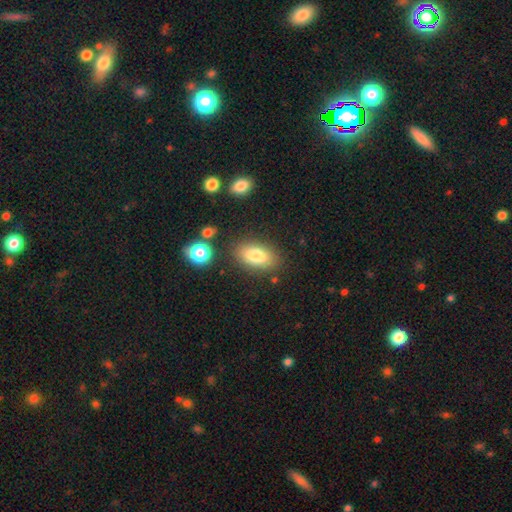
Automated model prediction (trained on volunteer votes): smooth-or-featured: smooth: 81% | featured or disk: 11% | star or artifact: 9%
  how-rounded: in between: 89% | round: 7% | cigar-shaped: 4%
  merging: none: 82% | minor disturbance: 11% | merger: 4% | major disturbance: 4%